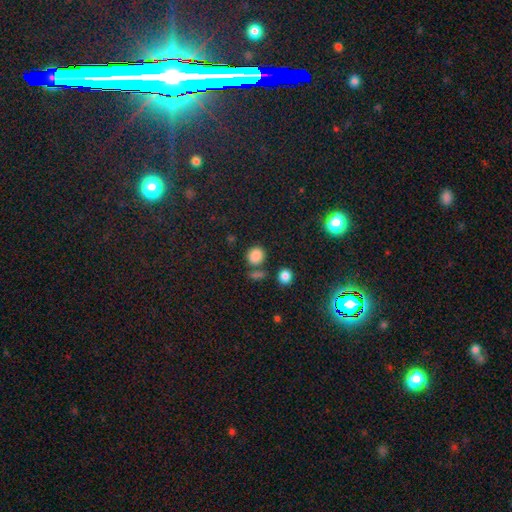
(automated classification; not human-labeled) This is clearly a smooth galaxy (84%). How rounded: likely round (77%). Merging: likely none (73%).